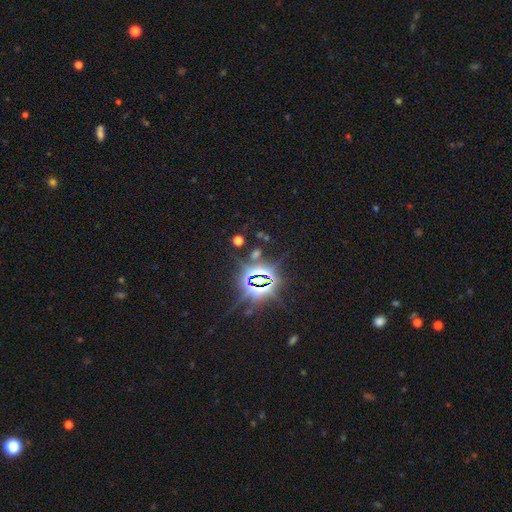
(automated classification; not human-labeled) Smooth or featured? Predicted: star or artifact (p=0.83).